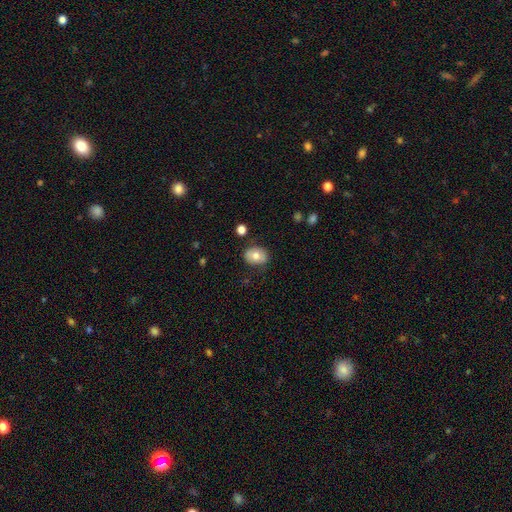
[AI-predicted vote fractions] A smooth galaxy with no disk features (71%) that is in between round and cigar-shaped (60%). Merging: none (77%).